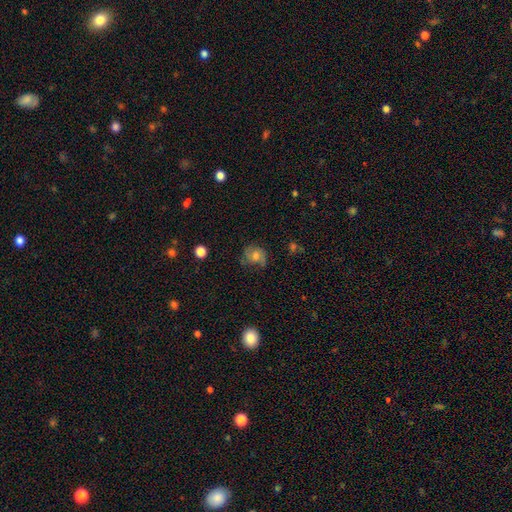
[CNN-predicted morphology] A featured or disk galaxy (49%).

Vote fractions:
- Smooth or featured? featured or disk: 49% / smooth: 38% / star or artifact: 13%
- Merging? none: 62% / minor disturbance: 23% / major disturbance: 12% / merger: 2%